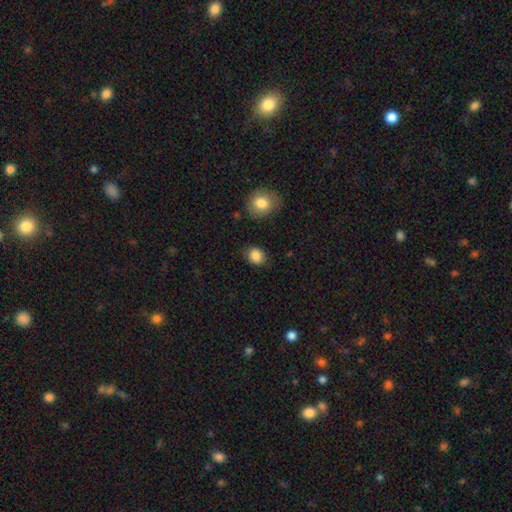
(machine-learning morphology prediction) smooth-or-featured: smooth: 87% | star or artifact: 9% | featured or disk: 5%
  how-rounded: round: 59% | in between: 40% | cigar-shaped: 1%
  merging: none: 82% | minor disturbance: 13% | major disturbance: 3% | merger: 2%